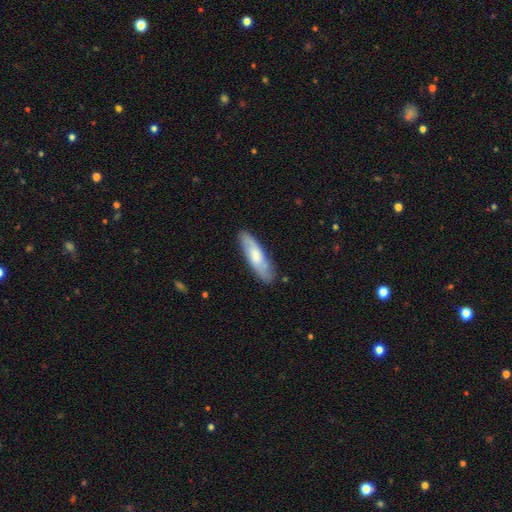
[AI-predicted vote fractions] Smooth or featured: smooth — 64% (featured or disk — 30%)
How rounded: cigar-shaped — 59% (in between — 39%)
Merging: none — 84% (minor disturbance — 12%)